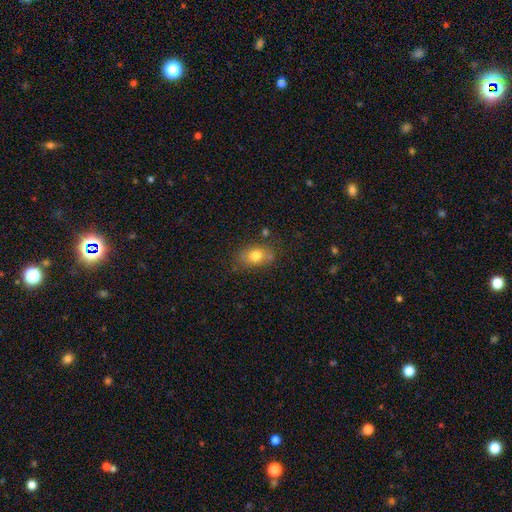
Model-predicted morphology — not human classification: Smooth or featured? smooth (73%)
How rounded? in between (74%)
Merging? none (70%)